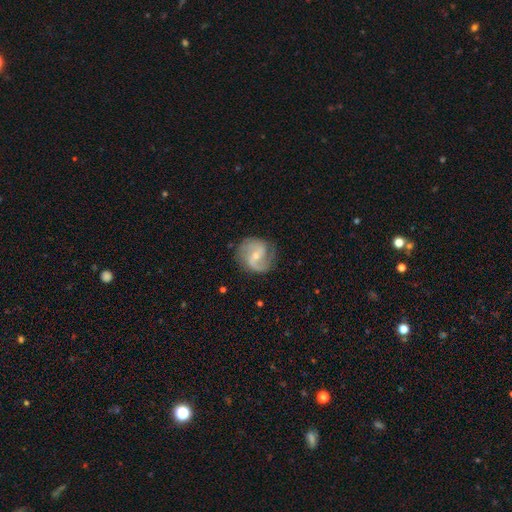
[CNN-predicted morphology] smooth-or-featured: featured or disk: 84% | smooth: 11% | star or artifact: 5%
  disk-edge-on: no: 98% | yes: 2%
    bar: weak: 50% | no: 31% | strong: 19%
    has-spiral-arms: yes: 96% | no: 4%
      spiral-winding: medium: 50% | loose: 30% | tight: 20%
      spiral-arm-count: 2: 83% | can't tell: 5% | 1: 5% | 3: 4% | 4: 1% | more than 4: 1%
    bulge-size: small: 58% | moderate: 38% | none: 2% | large: 1% | dominant: 1%
  merging: none: 76% | minor disturbance: 16% | major disturbance: 7% | merger: 1%